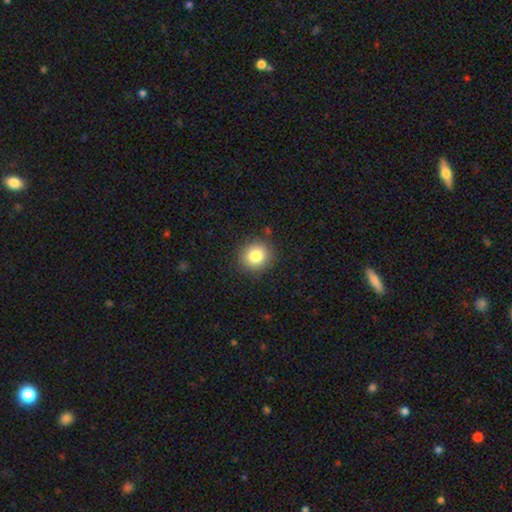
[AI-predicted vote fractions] The model was most divided on "smooth or featured": smooth: 81%, star or artifact: 11%, featured or disk: 8%. More confident: merging — none (89%); how rounded — round (87%).